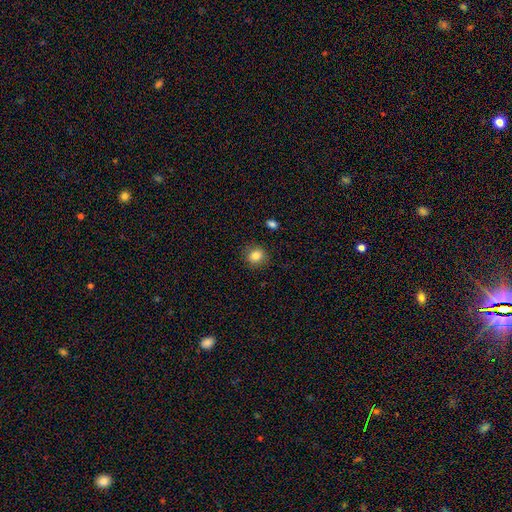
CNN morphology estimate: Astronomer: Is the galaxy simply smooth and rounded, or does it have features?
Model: smooth — 84%.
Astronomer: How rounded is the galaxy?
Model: round — 77%.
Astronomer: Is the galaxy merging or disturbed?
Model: none — 88%.